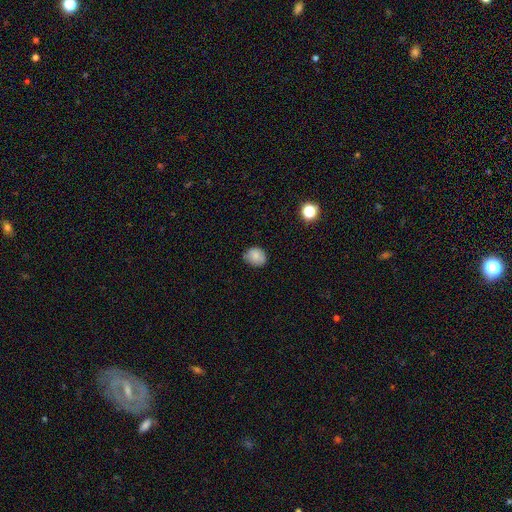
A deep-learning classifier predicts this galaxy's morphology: This is clearly a smooth galaxy (83%). How rounded: likely round (65%). Merging: likely none (73%).